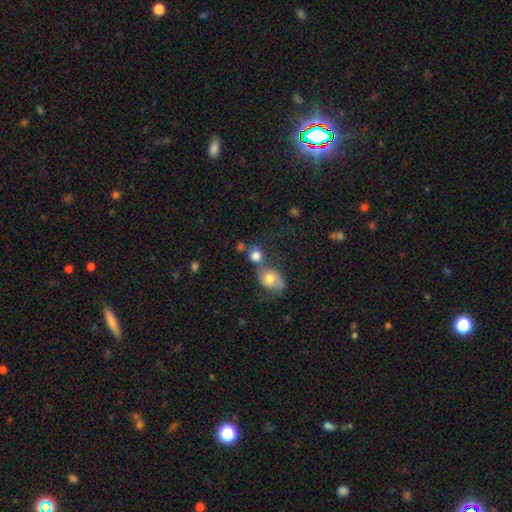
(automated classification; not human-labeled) Smooth or featured? smooth (77%)
How rounded? round (72%)
Merging? merger (49%)